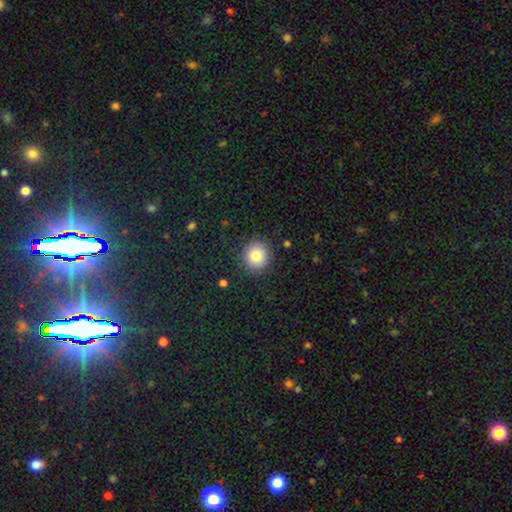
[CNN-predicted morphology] Smooth or featured?
  - smooth: 81% *
  - star or artifact: 10%
  - featured or disk: 9%
How rounded?
  - round: 89% *
  - in between: 10%
  - cigar-shaped: 1%
Merging?
  - none: 89% *
  - minor disturbance: 7%
  - major disturbance: 2%
  - merger: 1%